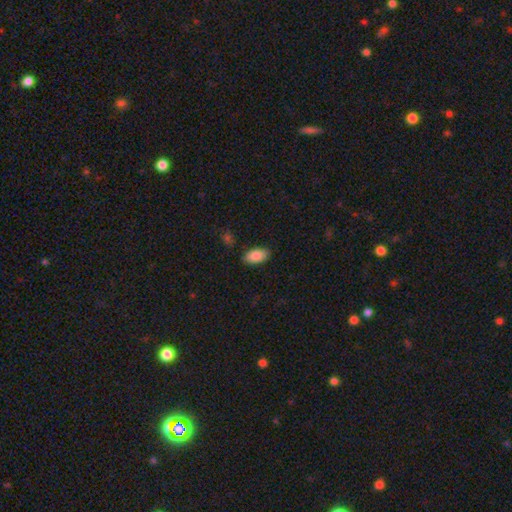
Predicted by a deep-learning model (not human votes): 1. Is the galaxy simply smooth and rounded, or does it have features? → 86% smooth, 7% featured or disk, 7% star or artifact.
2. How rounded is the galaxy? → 93% in between, 3% round, 3% cigar-shaped.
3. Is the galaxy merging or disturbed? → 86% none, 10% minor disturbance, 2% major disturbance, 1% merger.